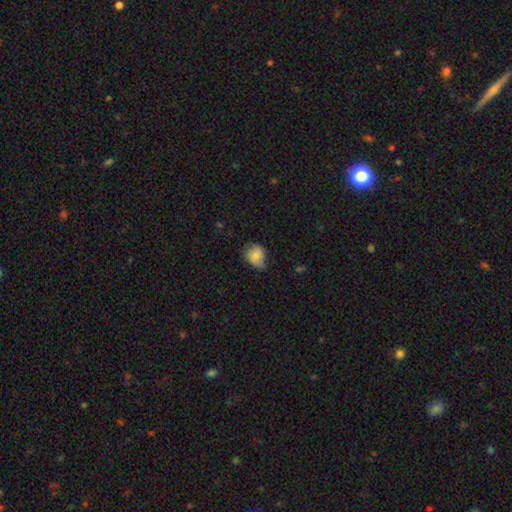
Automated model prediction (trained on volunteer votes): The model was most divided on "how rounded": round: 56%, in between: 43%, cigar-shaped: 1%. More confident: smooth or featured — smooth (71%); merging — none (51%).